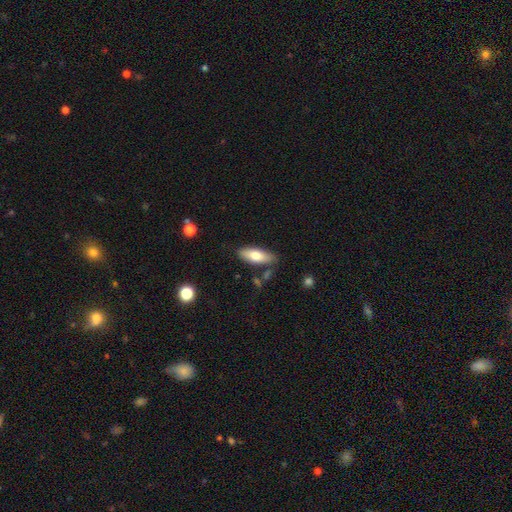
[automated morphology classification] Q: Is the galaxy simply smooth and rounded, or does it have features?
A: smooth — 73%.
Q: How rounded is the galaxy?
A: in between — 73%.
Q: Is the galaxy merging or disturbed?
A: none — 80%.